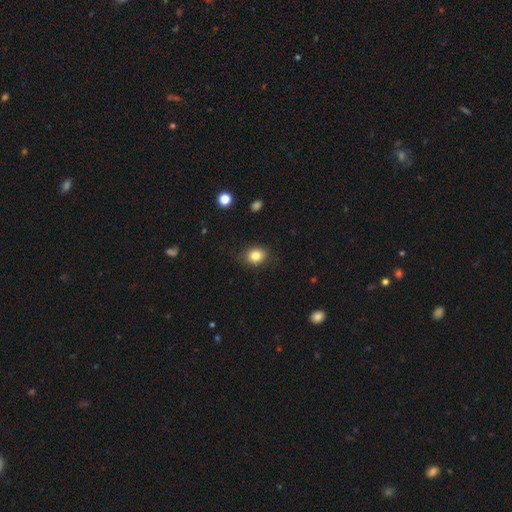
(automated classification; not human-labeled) This appears to be a smooth galaxy with no disk features (83%) that is round (59%). Merging: none (84%).